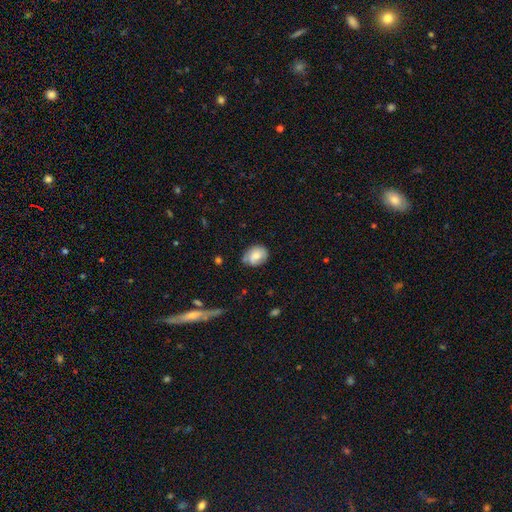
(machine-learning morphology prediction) This appears to be a smooth galaxy with no disk features (70%) that is in between round and cigar-shaped (60%). Merging: none (63%).